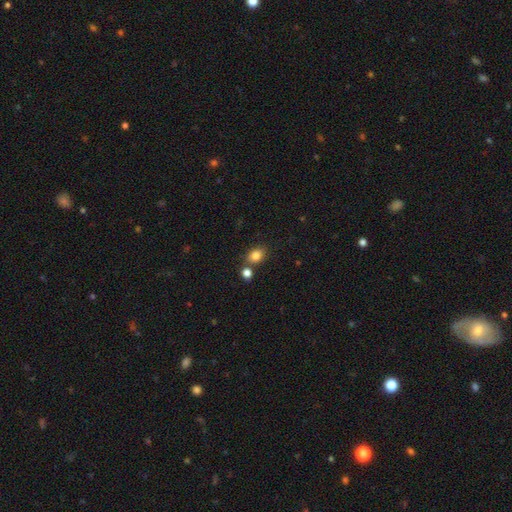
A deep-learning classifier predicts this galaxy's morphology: The model was most divided on "how rounded": in between: 61%, round: 38%, cigar-shaped: 1%. More confident: smooth or featured — smooth (83%); merging — none (70%).